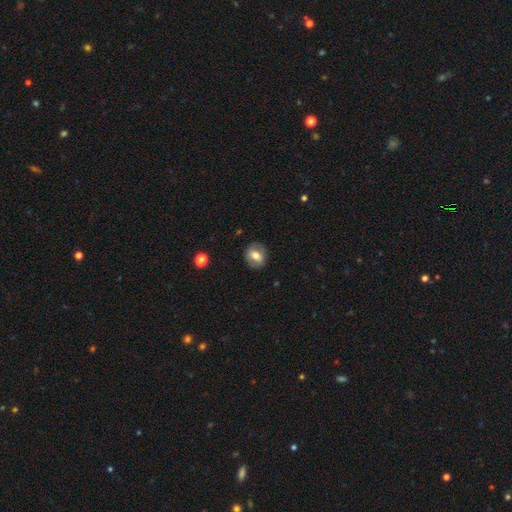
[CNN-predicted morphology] Smooth or featured? smooth (65%)
How rounded? round (51%)
Merging? none (83%)